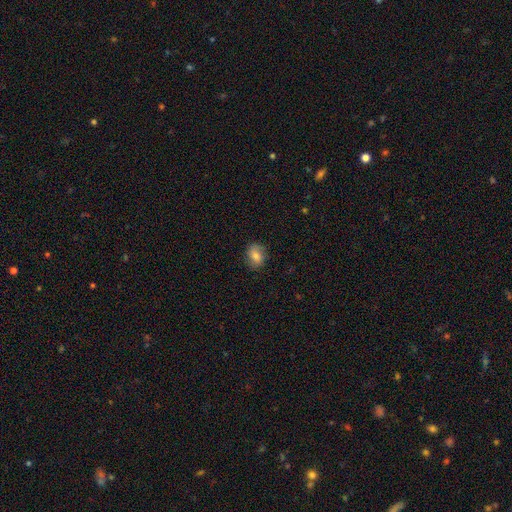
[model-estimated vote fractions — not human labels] This is likely a smooth galaxy (77%). How rounded: possibly in between (54%). Merging: clearly none (80%).